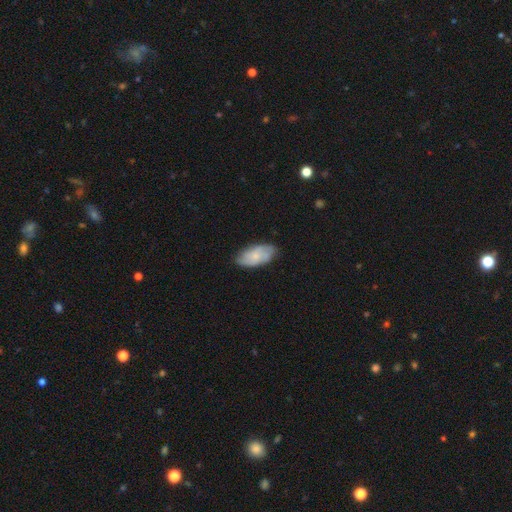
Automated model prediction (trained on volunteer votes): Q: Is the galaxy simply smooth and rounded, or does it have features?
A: smooth — 52%.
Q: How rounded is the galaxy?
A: in between — 92%.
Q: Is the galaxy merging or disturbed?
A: none — 76%.